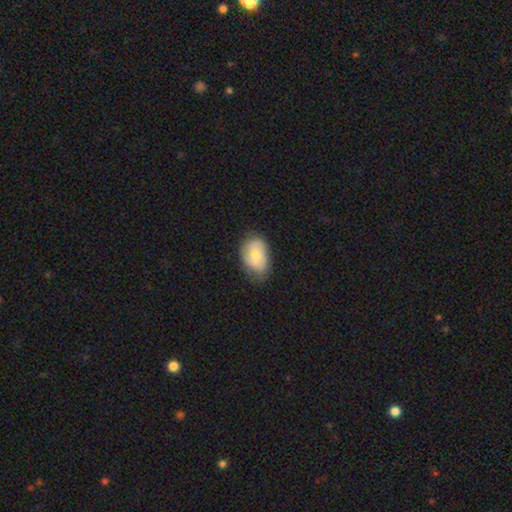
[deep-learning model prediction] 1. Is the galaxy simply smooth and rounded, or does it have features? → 75% smooth, 18% featured or disk, 7% star or artifact.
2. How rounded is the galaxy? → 86% in between, 13% round, 1% cigar-shaped.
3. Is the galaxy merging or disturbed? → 63% none, 29% minor disturbance, 7% major disturbance, 1% merger.